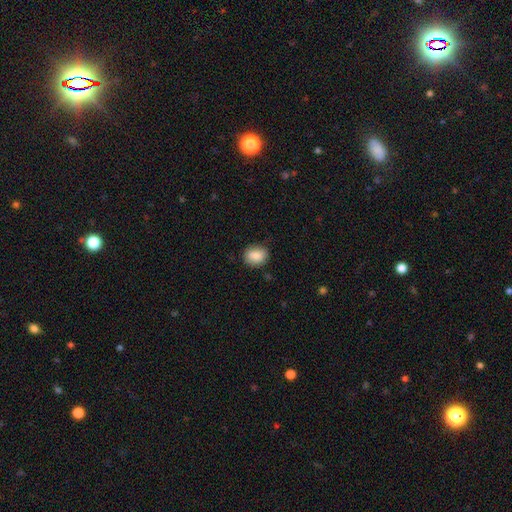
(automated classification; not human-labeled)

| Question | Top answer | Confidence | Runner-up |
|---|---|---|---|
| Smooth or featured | smooth | 87% | star or artifact (8%) |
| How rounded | round | 54% | in between (45%) |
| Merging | none | 81% | minor disturbance (15%) |